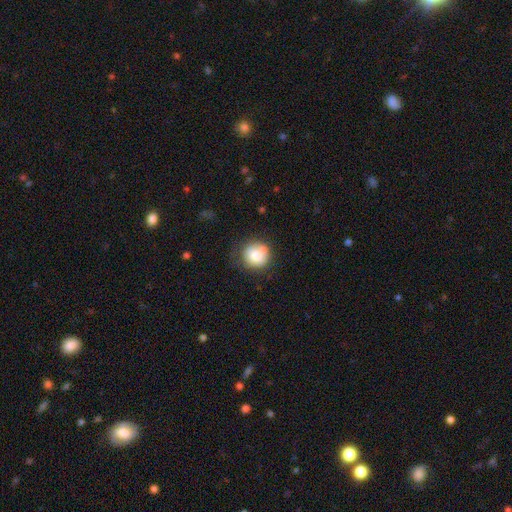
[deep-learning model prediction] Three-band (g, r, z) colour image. It shows a smooth galaxy with no disk features (76%) that is round (88%). Merging: none (59%).